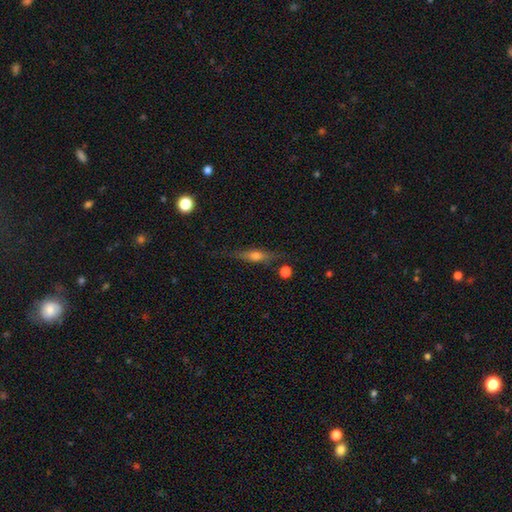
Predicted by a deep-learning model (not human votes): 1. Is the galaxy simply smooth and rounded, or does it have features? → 46% smooth, 45% featured or disk, 9% star or artifact.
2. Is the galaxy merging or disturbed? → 73% none, 17% minor disturbance, 6% major disturbance, 4% merger.